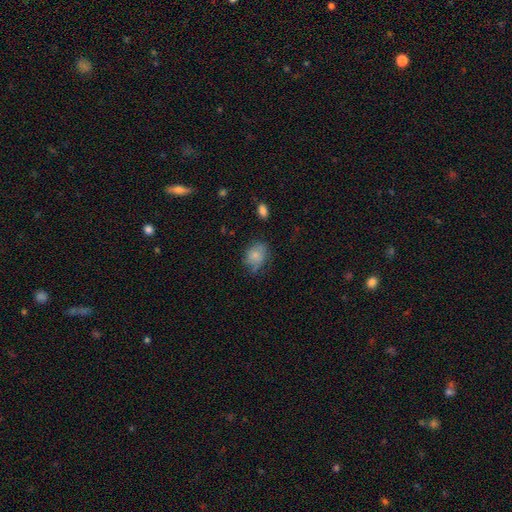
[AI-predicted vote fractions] Smooth or featured?
  - smooth: 78% *
  - featured or disk: 13%
  - star or artifact: 9%
How rounded?
  - in between: 60% *
  - round: 39%
  - cigar-shaped: 1%
Merging?
  - none: 57% *
  - minor disturbance: 30%
  - major disturbance: 10%
  - merger: 3%